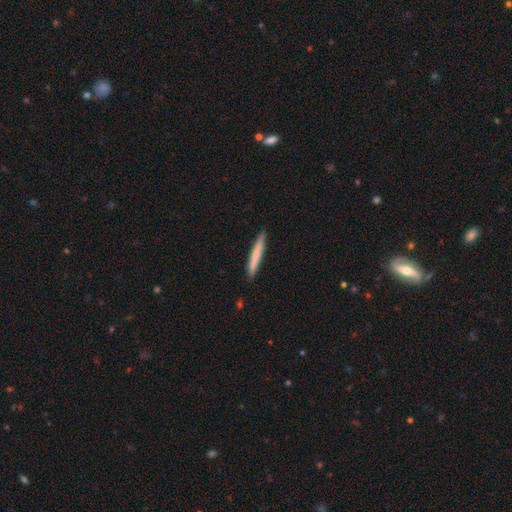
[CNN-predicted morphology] type=smooth (70%); roundness=cigar-shaped (96%); merging=none (89%).